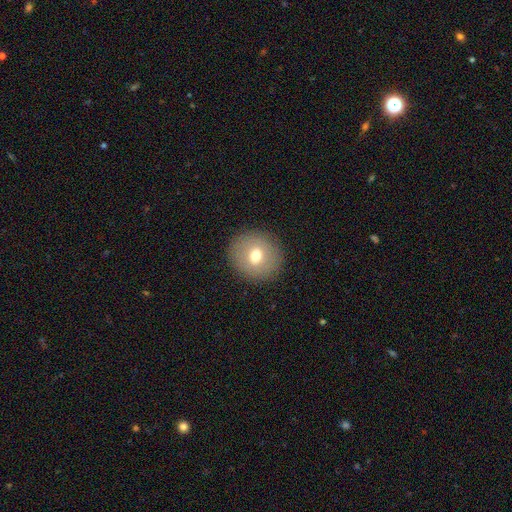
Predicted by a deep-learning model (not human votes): A smooth galaxy with no disk features (70%) that is round (88%).

Vote fractions:
- Smooth or featured? smooth: 70% / featured or disk: 20% / star or artifact: 10%
- How rounded? round: 88% / in between: 11% / cigar-shaped: 1%
- Merging? none: 90% / minor disturbance: 6% / major disturbance: 3% / merger: 1%